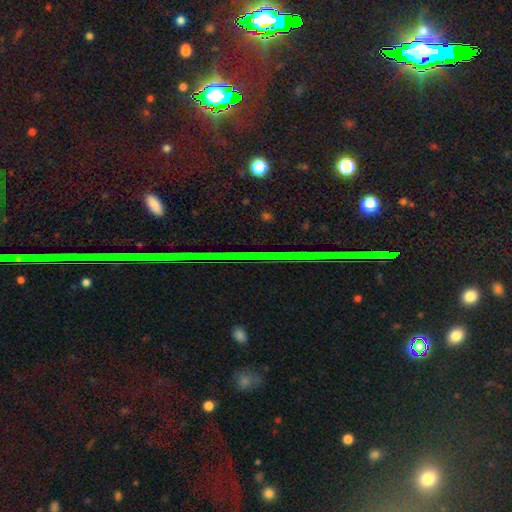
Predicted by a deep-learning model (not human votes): Smooth or featured? star or artifact (82%)